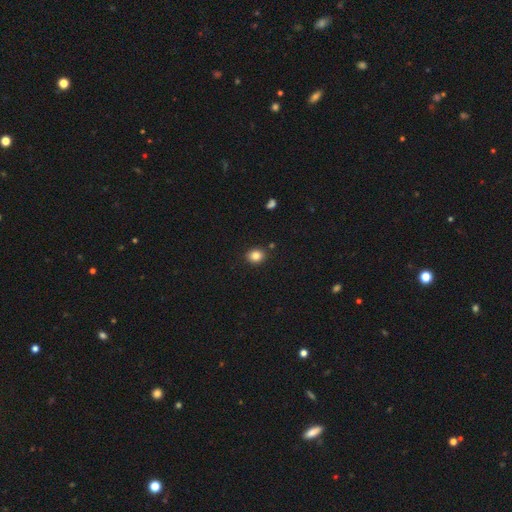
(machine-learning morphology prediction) This appears to be a smooth galaxy with no disk features (84%) that is round (65%). Merging: none (88%).